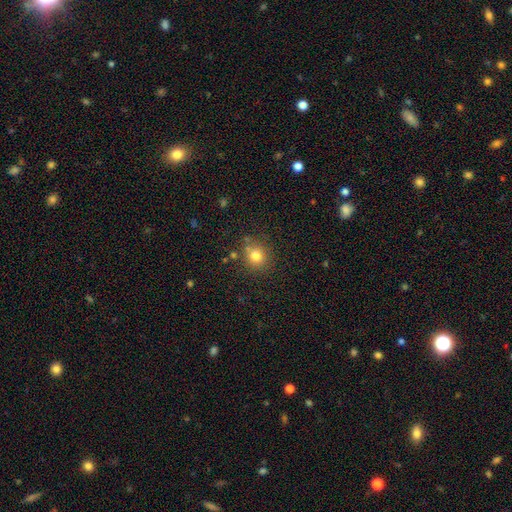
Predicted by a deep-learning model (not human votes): smooth 78%, star or artifact 14%, featured or disk 8%. Down the decision tree: how rounded — round (88%); merging — none (79%).